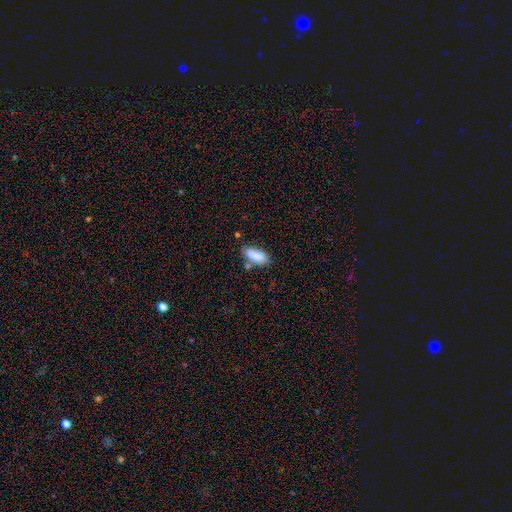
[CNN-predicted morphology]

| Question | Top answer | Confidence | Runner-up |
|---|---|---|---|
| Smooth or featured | smooth | 84% | featured or disk (8%) |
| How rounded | in between | 73% | cigar-shaped (25%) |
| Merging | none | 65% | minor disturbance (20%) |